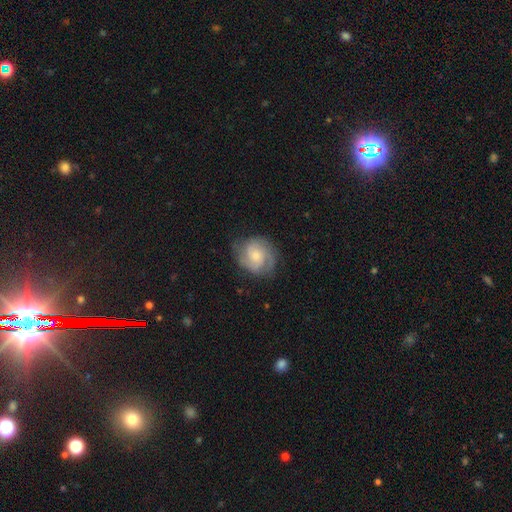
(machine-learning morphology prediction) A featured or disk galaxy (70%) with no bar (64%), 2 (58%) tight (47%) spiral arms (94%) and a small central bulge (45%). Merging: none (73%).